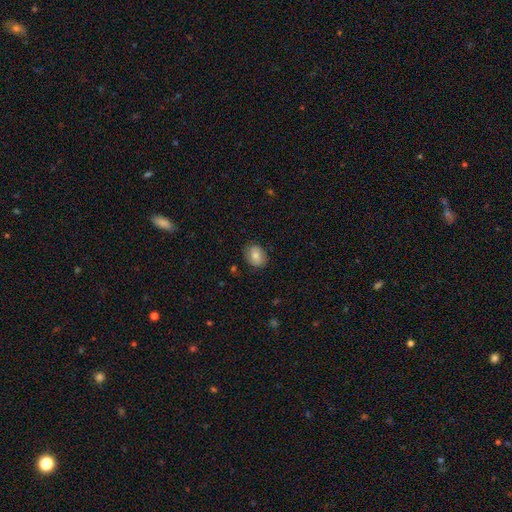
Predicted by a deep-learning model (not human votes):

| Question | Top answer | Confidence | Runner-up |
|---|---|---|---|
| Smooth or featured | smooth | 79% | featured or disk (13%) |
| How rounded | in between | 52% | round (47%) |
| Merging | none | 83% | minor disturbance (13%) |